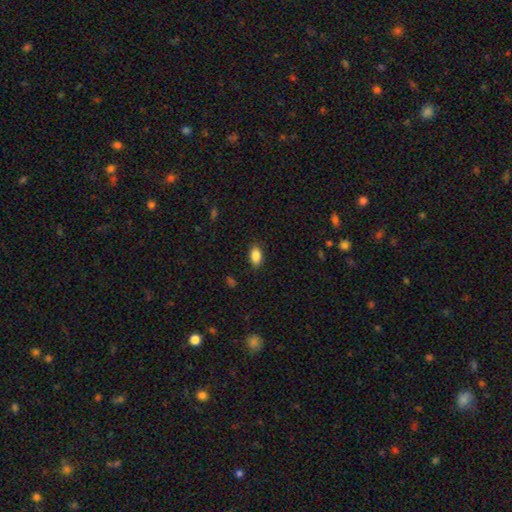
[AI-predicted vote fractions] Q: Smooth or featured?
A: smooth (87%); runner-up: star or artifact (8%)
Q: How rounded?
A: in between (90%); runner-up: round (6%)
Q: Merging?
A: none (85%); runner-up: minor disturbance (11%)